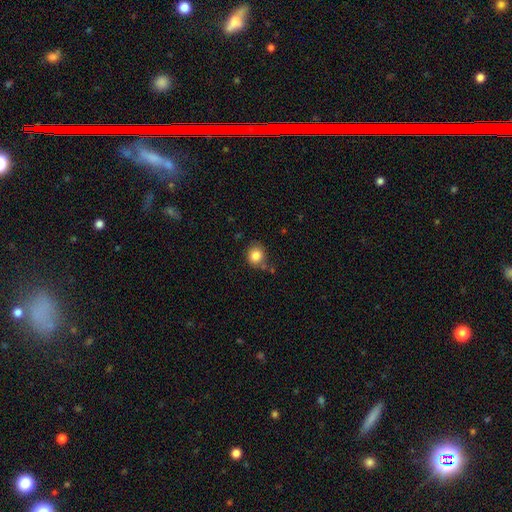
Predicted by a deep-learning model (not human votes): Overall: smooth (84%). How rounded: round (79%). Merging: none (73%).